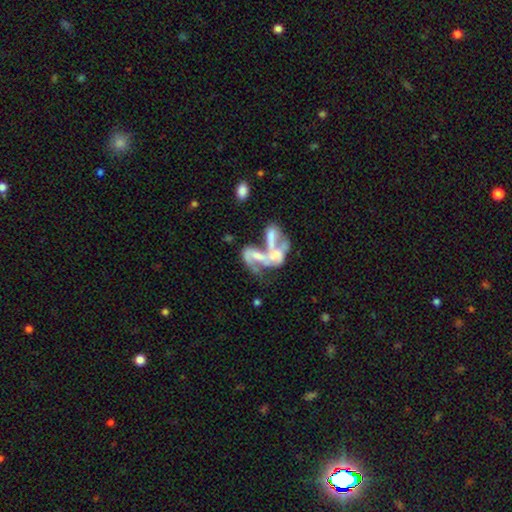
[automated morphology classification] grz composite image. It shows a featured or disk galaxy (63%) with no bar (77%), no spiral arms (70%) and no central bulge (52%). Merging: merger (66%).